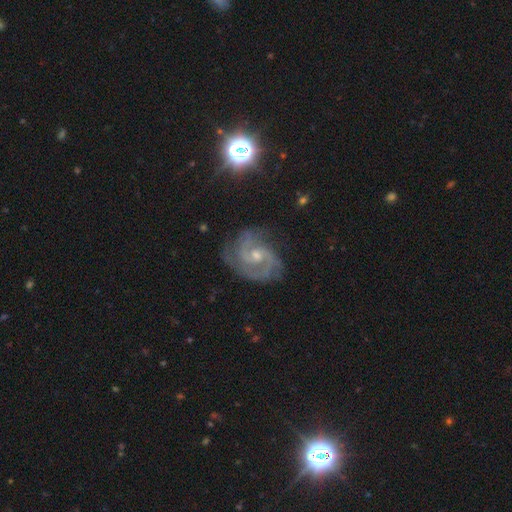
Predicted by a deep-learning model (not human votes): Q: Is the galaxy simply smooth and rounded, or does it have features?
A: featured or disk — 88%.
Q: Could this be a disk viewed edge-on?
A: no — 98%.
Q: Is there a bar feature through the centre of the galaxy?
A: no — 55%.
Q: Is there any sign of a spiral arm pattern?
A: yes — 97%.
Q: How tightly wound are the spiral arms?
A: medium — 50%.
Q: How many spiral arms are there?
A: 2 — 54%.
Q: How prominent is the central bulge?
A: moderate — 48%, tied with small.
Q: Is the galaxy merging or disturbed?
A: none — 69%.